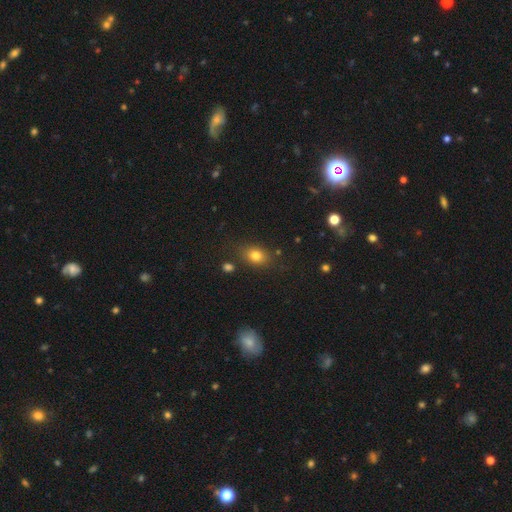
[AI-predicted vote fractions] Smooth or featured? smooth (79%)
How rounded? in between (67%)
Merging? none (78%)